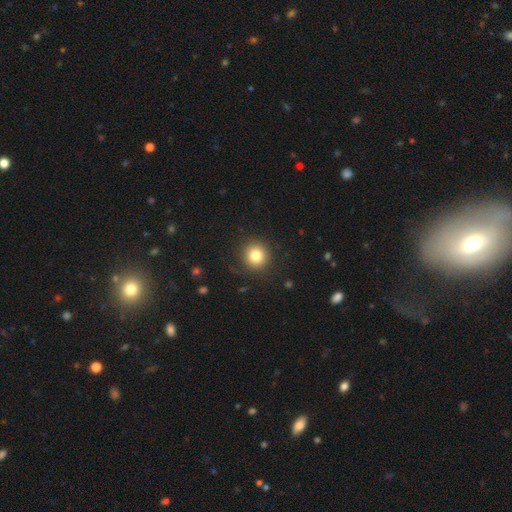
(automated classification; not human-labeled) smooth_or_featured: smooth (p=0.81) [alt: star or artifact p=0.11]
how_rounded: round (p=0.92) [alt: in between p=0.07]
merging: none (p=0.88) [alt: minor disturbance p=0.08]